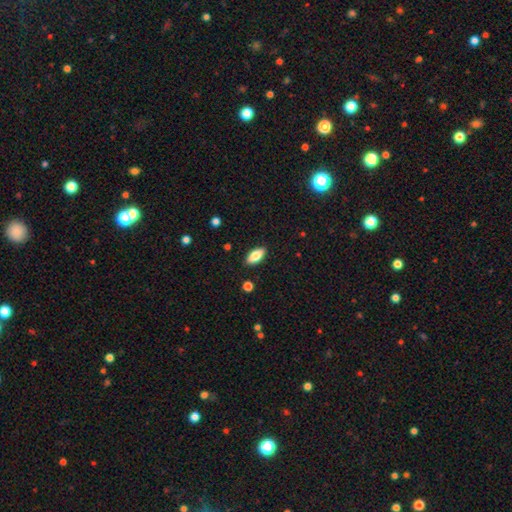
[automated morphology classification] smooth 79%, featured or disk 14%, star or artifact 7%. Down the decision tree: how rounded — in between (86%); merging — none (88%).